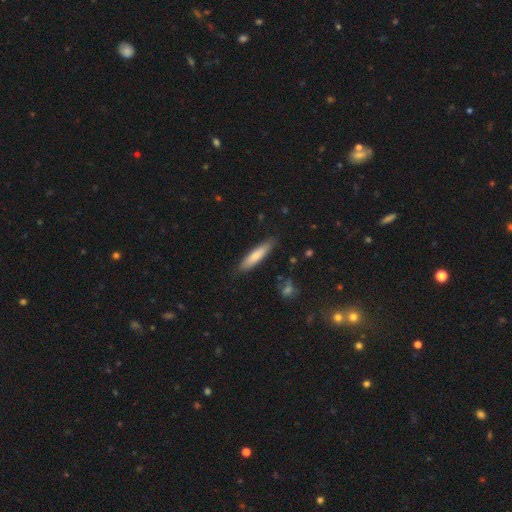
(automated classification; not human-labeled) The model was most divided on "how rounded": cigar-shaped: 78%, in between: 21%, round: 1%. More confident: merging — none (85%); smooth or featured — smooth (78%).